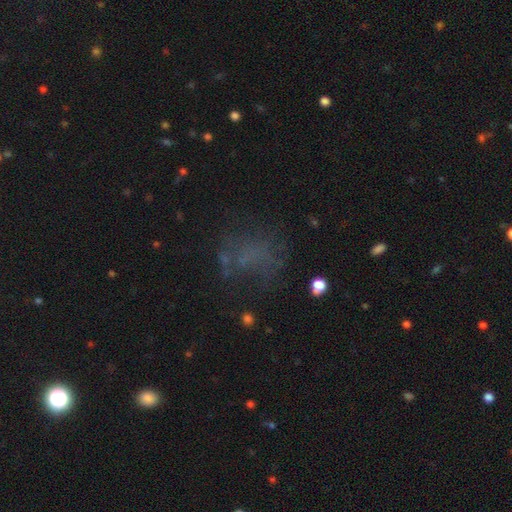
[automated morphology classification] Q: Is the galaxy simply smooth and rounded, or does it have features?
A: star or artifact — 39%.